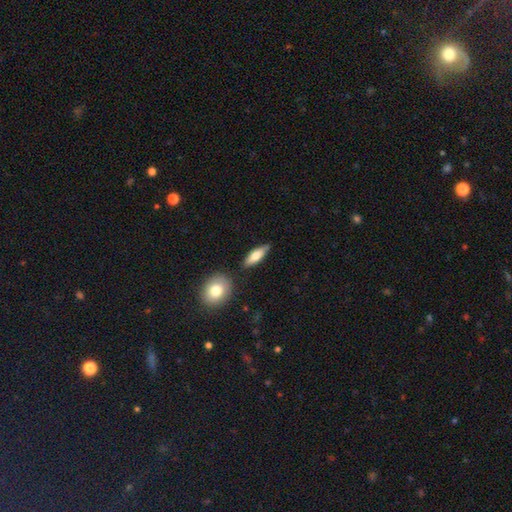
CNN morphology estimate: Q: Smooth or featured?
A: smooth (65%); runner-up: featured or disk (30%)
Q: How rounded?
A: in between (57%); runner-up: cigar-shaped (40%)
Q: Merging?
A: none (79%); runner-up: minor disturbance (13%)